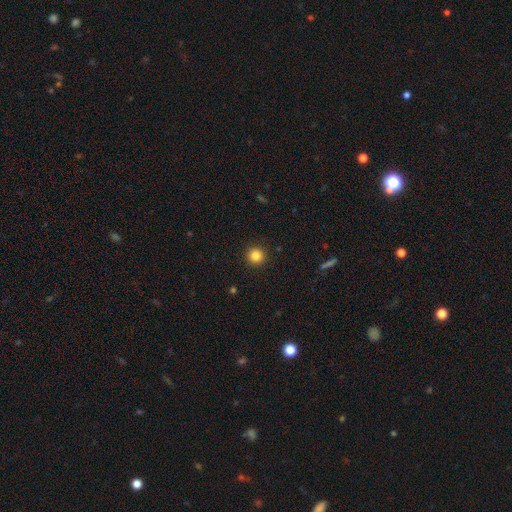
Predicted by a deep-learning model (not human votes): Q: Smooth or featured?
A: smooth (84%); runner-up: star or artifact (12%)
Q: How rounded?
A: round (95%); runner-up: in between (4%)
Q: Merging?
A: none (93%); runner-up: minor disturbance (5%)